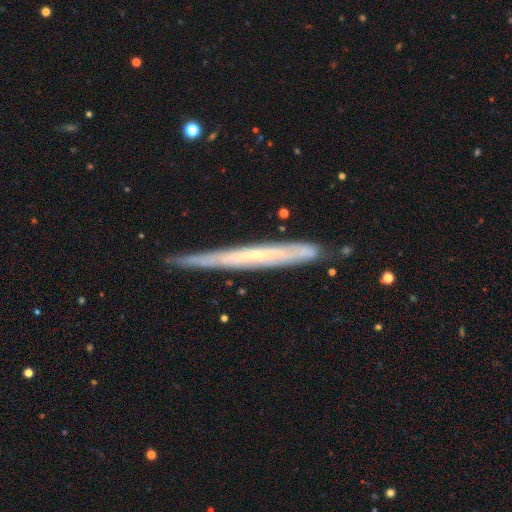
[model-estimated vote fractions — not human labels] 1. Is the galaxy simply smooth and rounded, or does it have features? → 65% featured or disk, 29% smooth, 6% star or artifact.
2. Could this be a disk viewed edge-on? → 89% yes, 11% no.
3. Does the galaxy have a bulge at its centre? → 80% none, 16% rounded, 4% boxy.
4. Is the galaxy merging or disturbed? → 78% none, 17% minor disturbance, 3% major disturbance, 2% merger.